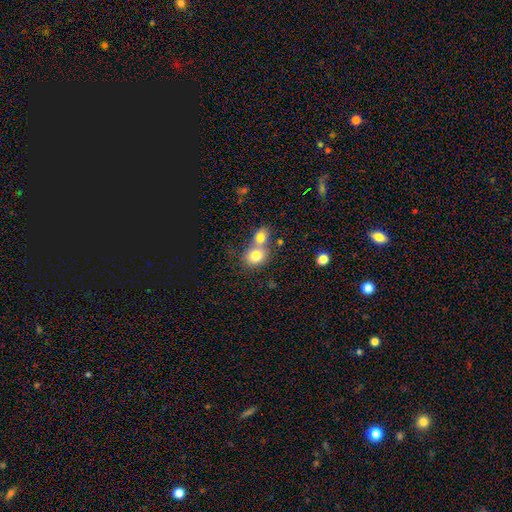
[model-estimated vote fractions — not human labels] A smooth galaxy with no disk features (79%) that is round (67%). Merging: merger (53%).